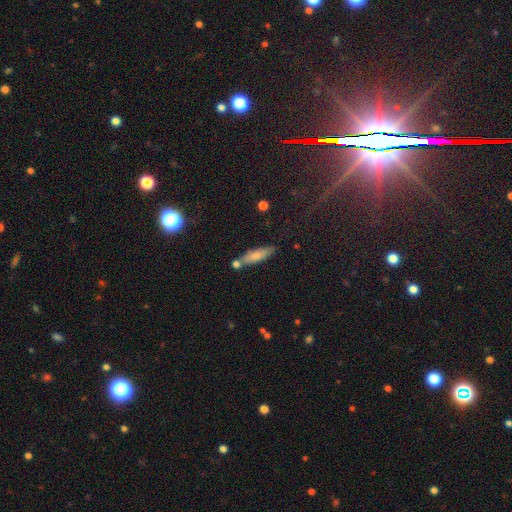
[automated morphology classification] type=smooth (75%); roundness=cigar-shaped (68%); merging=none (68%).